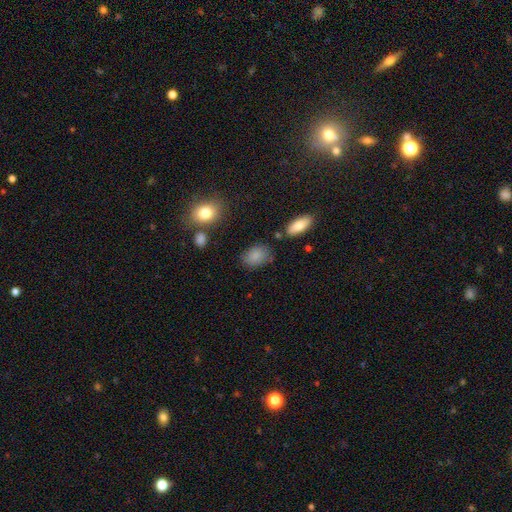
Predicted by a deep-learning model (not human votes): Overall: smooth (85%). How rounded: in between (74%). Merging: none (74%).